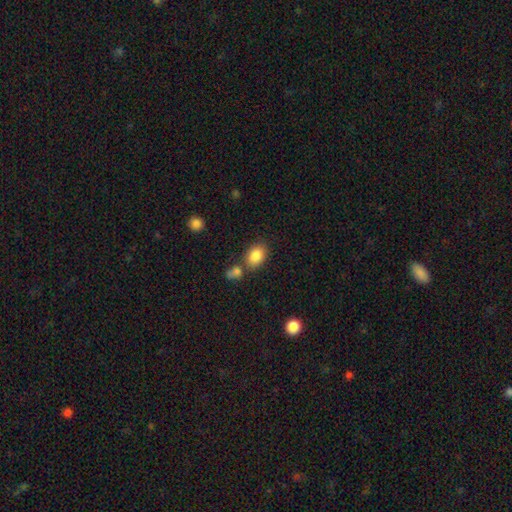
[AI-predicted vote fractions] Smooth or featured?
  - smooth: 85% *
  - star or artifact: 8%
  - featured or disk: 7%
How rounded?
  - in between: 79% *
  - round: 19%
  - cigar-shaped: 1%
Merging?
  - none: 67% *
  - merger: 17%
  - minor disturbance: 12%
  - major disturbance: 3%